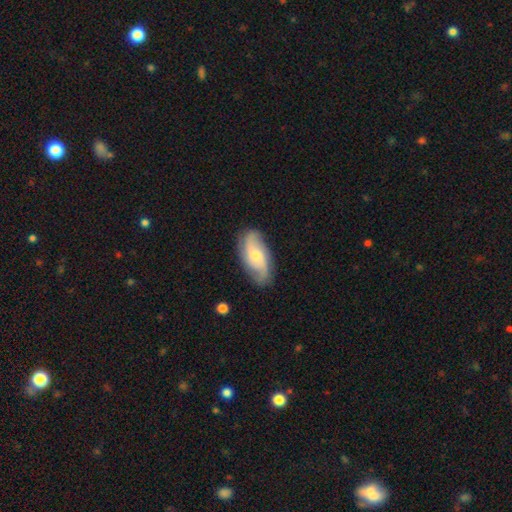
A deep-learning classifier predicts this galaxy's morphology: A featured or disk galaxy (70%) with no bar (59%), 2 (62%) medium (43%) spiral arms (94%) and a small central bulge (48%).

Vote fractions:
- Smooth or featured? featured or disk: 70% / smooth: 24% / star or artifact: 6%
- Edge-on disk? no: 94% / yes: 6%
- Bar? no: 59% / weak: 34% / strong: 6%
- Spiral arms? yes: 94% / no: 6%
- Spiral winding? medium: 43% / loose: 37% / tight: 21%
- Spiral arm count? 2: 62% / 3: 16% / can't tell: 13% / 4: 3% / 1: 3% / more than 4: 2%
- Bulge size? small: 48% / moderate: 45% / large: 3% / none: 2% / dominant: 1%
- Merging? none: 79% / minor disturbance: 15% / major disturbance: 4% / merger: 1%